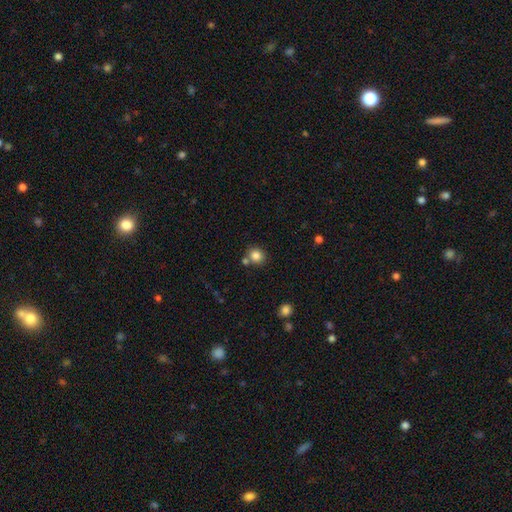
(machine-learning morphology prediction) A smooth galaxy with no disk features (84%) that is round (82%).

Vote fractions:
- Smooth or featured? smooth: 84% / star or artifact: 11% / featured or disk: 6%
- How rounded? round: 82% / in between: 17% / cigar-shaped: 1%
- Merging? none: 69% / merger: 18% / minor disturbance: 10% / major disturbance: 3%